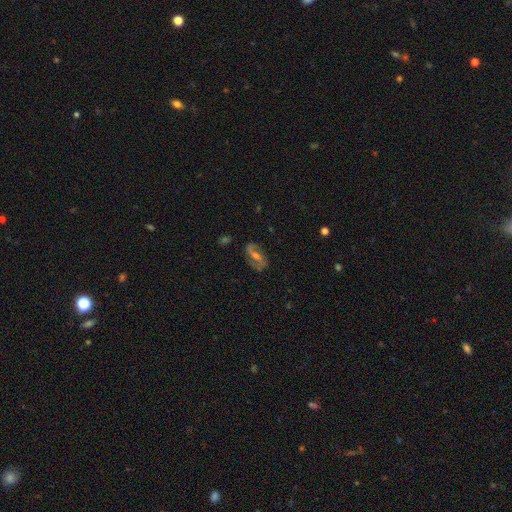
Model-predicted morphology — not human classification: A featured or disk galaxy (77%) with a weak bar (42%), 2 (88%) medium (47%) spiral arms (89%) and a moderate central bulge (51%).

Vote fractions:
- Smooth or featured? featured or disk: 77% / smooth: 15% / star or artifact: 9%
- Edge-on disk? no: 94% / yes: 6%
- Bar? weak: 42% / strong: 36% / no: 22%
- Spiral arms? yes: 89% / no: 11%
- Spiral winding? medium: 47% / loose: 28% / tight: 25%
- Spiral arm count? 2: 88% / can't tell: 6% / 1: 3% / 3: 1% / 4: 1% / more than 4: 1%
- Bulge size? moderate: 51% / small: 34% / large: 7% / none: 6% / dominant: 1%
- Merging? none: 79% / minor disturbance: 13% / major disturbance: 6% / merger: 2%